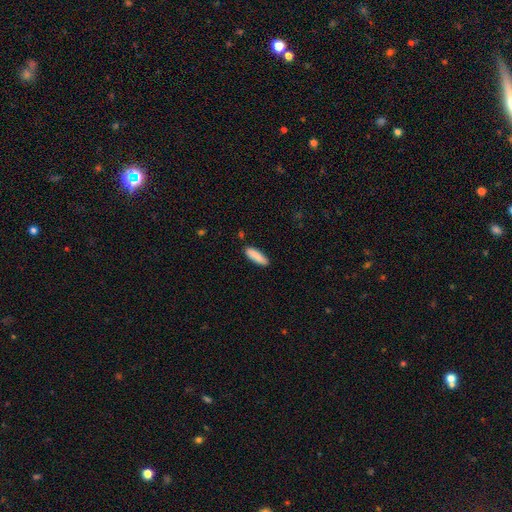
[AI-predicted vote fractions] Overall: smooth (89%). How rounded: cigar-shaped (58%; in between 41%). Merging: none (87%).